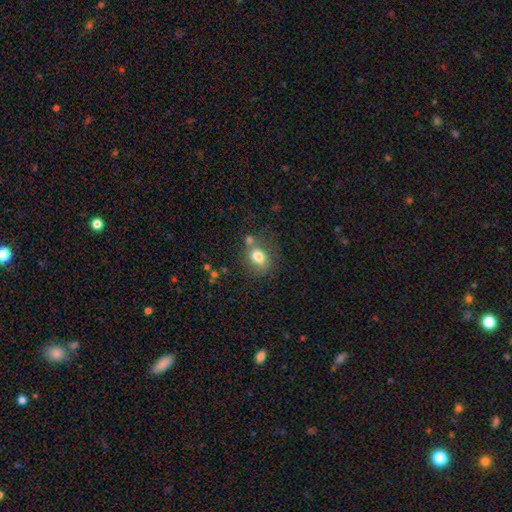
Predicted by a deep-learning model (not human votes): This is likely a smooth galaxy (78%). How rounded: possibly in between (56%). Merging: possibly none (54%).